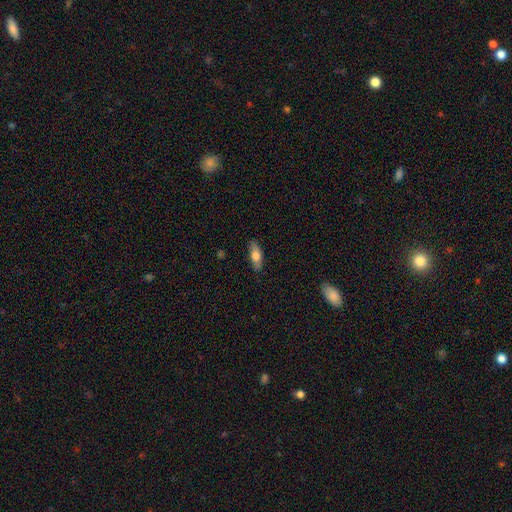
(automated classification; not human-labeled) Morphology: type=smooth (64%); roundness=in between (63%); merging=none (86%).